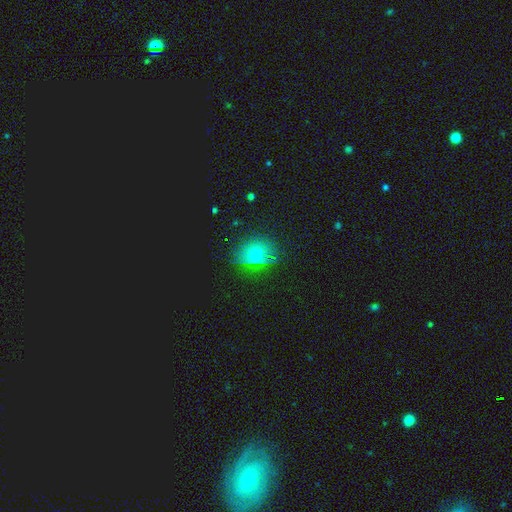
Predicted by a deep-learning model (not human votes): Smooth or featured? smooth (61%)
How rounded? round (62%)
Merging? none (82%)